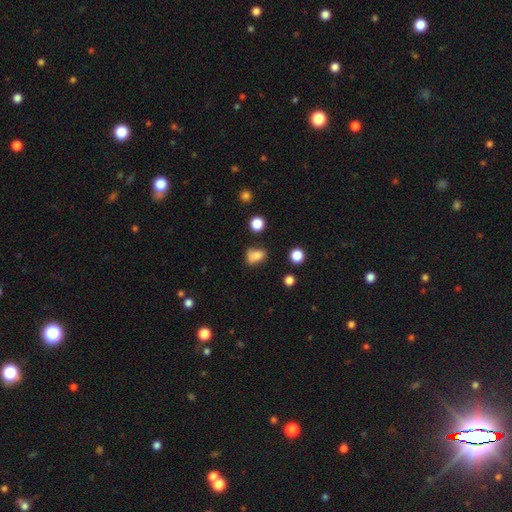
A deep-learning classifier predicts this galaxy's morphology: Smooth or featured: smooth — 79% (star or artifact — 12%)
How rounded: in between — 69% (round — 29%)
Merging: none — 51% (minor disturbance — 30%)